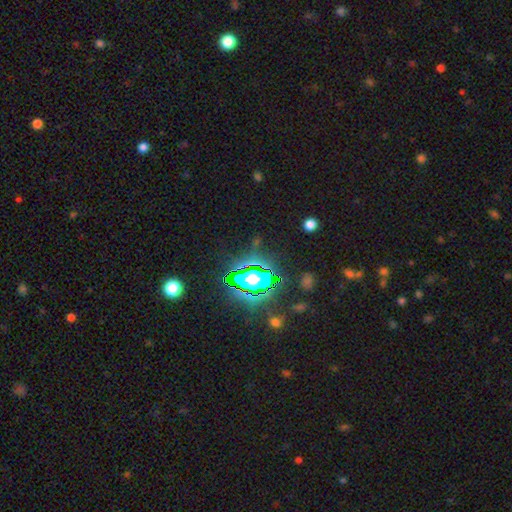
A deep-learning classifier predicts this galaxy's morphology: A star or artifact, not a galaxy (75%).

Vote fractions:
- Smooth or featured? star or artifact: 75% / smooth: 15% / featured or disk: 10%